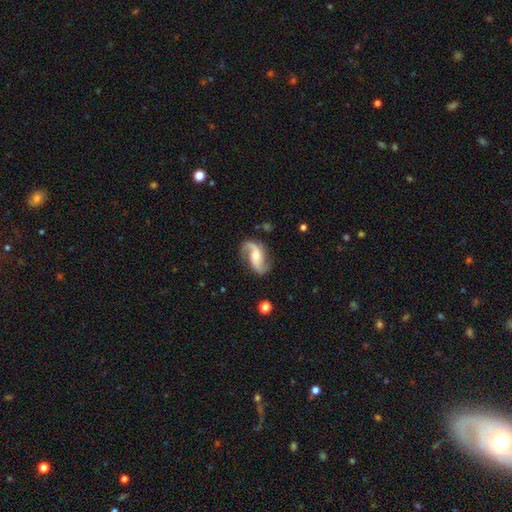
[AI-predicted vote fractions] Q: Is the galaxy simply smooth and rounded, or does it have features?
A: featured or disk — 88%.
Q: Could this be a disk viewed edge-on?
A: no — 97%.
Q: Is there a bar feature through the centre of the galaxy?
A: no — 52%.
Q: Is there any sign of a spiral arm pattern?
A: yes — 97%.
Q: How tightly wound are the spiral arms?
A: loose — 60%.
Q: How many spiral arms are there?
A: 2 — 92%.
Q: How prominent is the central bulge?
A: moderate — 57%.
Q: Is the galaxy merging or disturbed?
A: none — 77%.